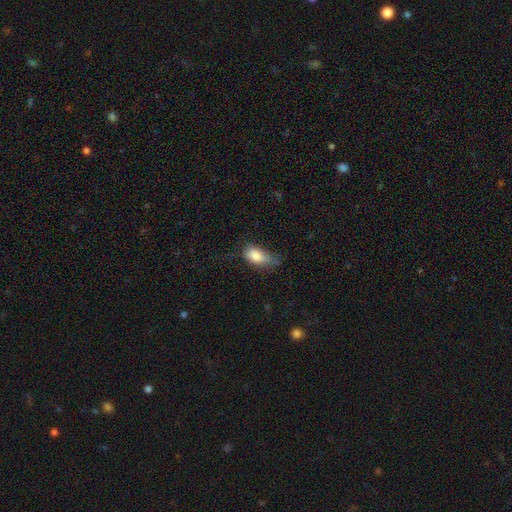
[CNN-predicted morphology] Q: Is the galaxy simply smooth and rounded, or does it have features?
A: smooth — 83%.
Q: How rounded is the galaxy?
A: in between — 89%.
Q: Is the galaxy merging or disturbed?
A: minor disturbance — 41%.